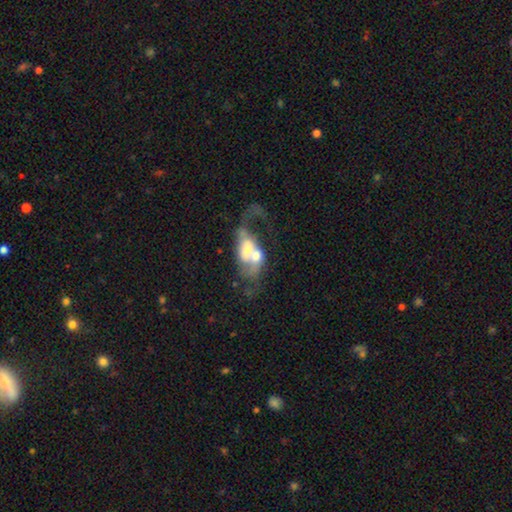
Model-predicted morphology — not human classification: featured or disk 58%, smooth 34%, star or artifact 9%. Down the decision tree: edge-on disk — no (95%); bar — no (74%); spiral arms — no (58%); bulge size — moderate (43%); merging — merger (63%).